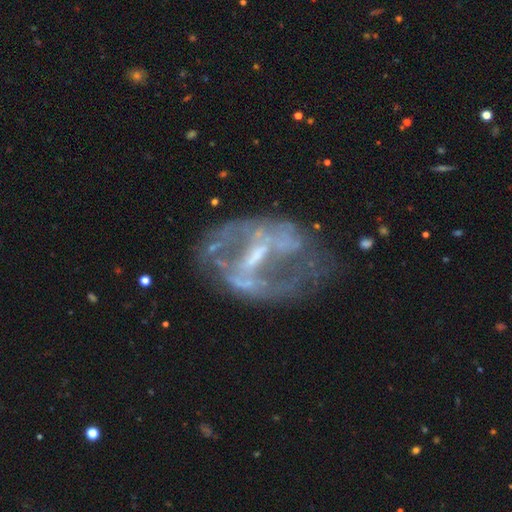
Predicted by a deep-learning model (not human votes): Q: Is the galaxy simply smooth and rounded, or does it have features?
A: featured or disk — 81%.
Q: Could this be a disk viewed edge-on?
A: no — 96%.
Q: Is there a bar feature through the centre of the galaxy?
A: strong — 41%.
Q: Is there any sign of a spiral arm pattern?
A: yes — 59%.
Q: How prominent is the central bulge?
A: small — 41%.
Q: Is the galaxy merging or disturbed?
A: none — 54%.